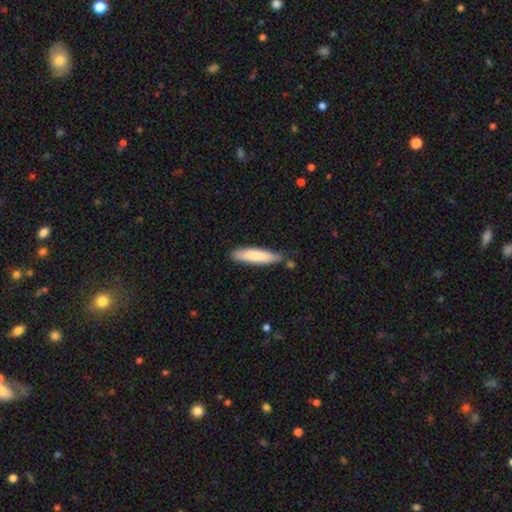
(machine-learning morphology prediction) smooth-or-featured: smooth: 80% | featured or disk: 15% | star or artifact: 5%
  how-rounded: cigar-shaped: 80% | in between: 19% | round: 1%
  merging: none: 78% | minor disturbance: 15% | merger: 4% | major disturbance: 2%